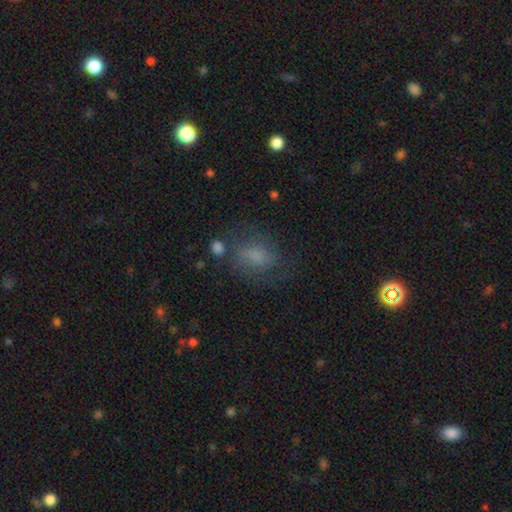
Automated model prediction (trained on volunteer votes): Smooth or featured?
  - smooth: 65% *
  - featured or disk: 21%
  - star or artifact: 14%
How rounded?
  - in between: 65% *
  - round: 33%
  - cigar-shaped: 2%
Merging?
  - none: 57% *
  - minor disturbance: 22%
  - major disturbance: 16%
  - merger: 5%